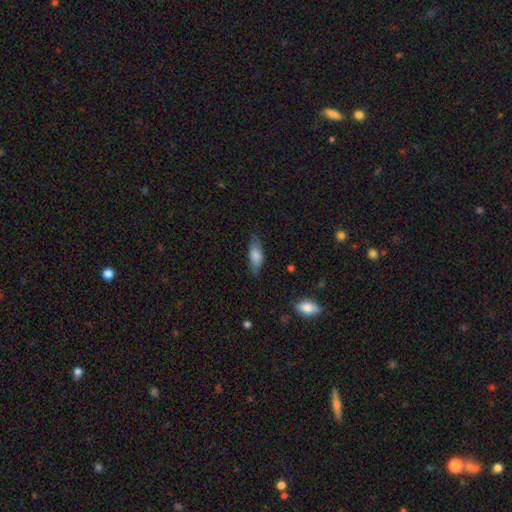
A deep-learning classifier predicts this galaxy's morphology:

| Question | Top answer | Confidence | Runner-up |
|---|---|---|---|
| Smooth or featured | smooth | 76% | featured or disk (18%) |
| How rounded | in between | 68% | cigar-shaped (30%) |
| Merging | none | 73% | minor disturbance (20%) |